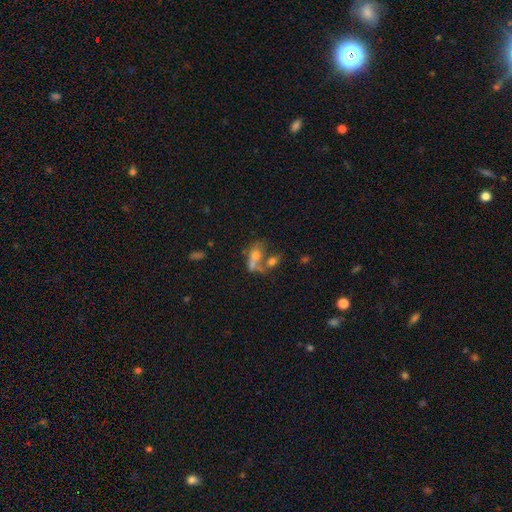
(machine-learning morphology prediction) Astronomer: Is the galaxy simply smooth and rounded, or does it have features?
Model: smooth — 57%.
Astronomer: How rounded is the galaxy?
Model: in between — 74%.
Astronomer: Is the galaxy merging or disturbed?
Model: merger — 51%.